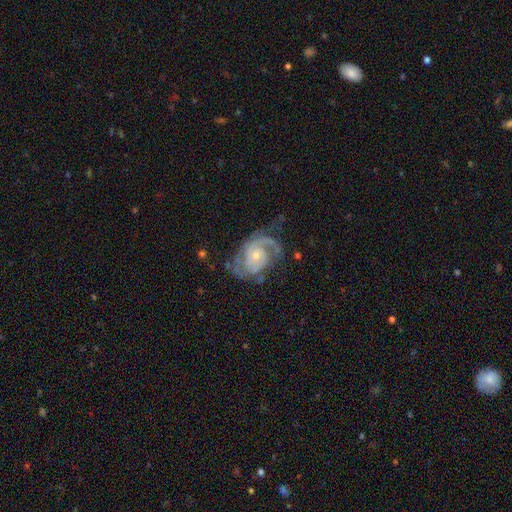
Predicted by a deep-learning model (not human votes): Smooth or featured? featured or disk (89%)
Edge-on disk? no (98%)
Bar? no (68%)
Spiral arms? yes (97%)
Spiral winding? medium (44%)
Spiral arm count? 2 (67%)
Bulge size? small (62%)
Merging? none (62%)